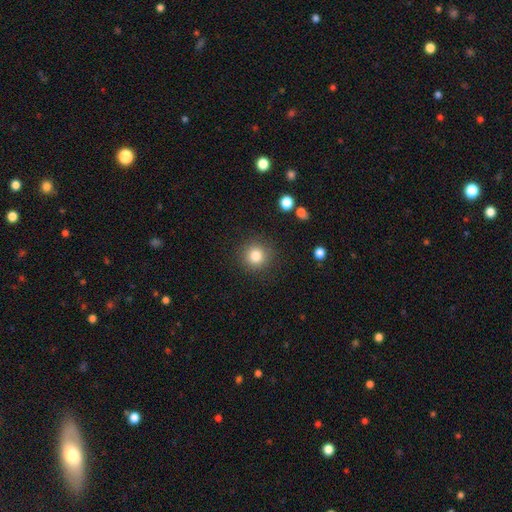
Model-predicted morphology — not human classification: Smooth or featured?
  - smooth: 83% *
  - star or artifact: 11%
  - featured or disk: 6%
How rounded?
  - round: 93% *
  - in between: 6%
  - cigar-shaped: 1%
Merging?
  - none: 89% *
  - minor disturbance: 7%
  - major disturbance: 3%
  - merger: 1%